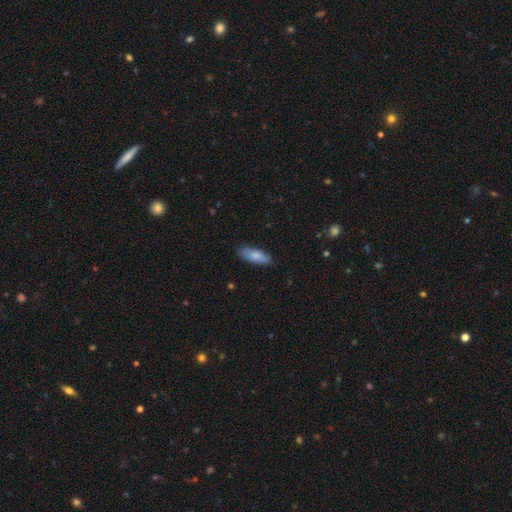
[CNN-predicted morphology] Smooth or featured: smooth — 80% (featured or disk — 14%)
How rounded: in between — 73% (cigar-shaped — 25%)
Merging: none — 82% (minor disturbance — 15%)